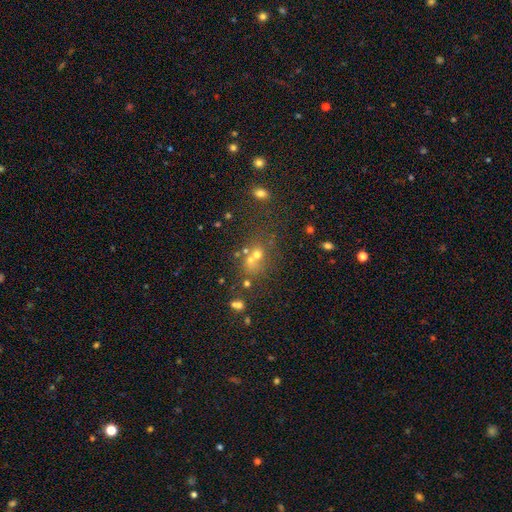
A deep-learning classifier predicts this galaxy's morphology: Smooth or featured?
  - smooth: 48% *
  - star or artifact: 34%
  - featured or disk: 18%
Merging?
  - none: 46% *
  - merger: 37%
  - minor disturbance: 10%
  - major disturbance: 7%